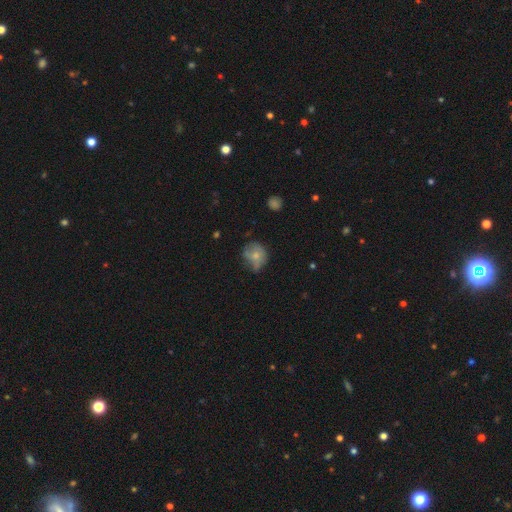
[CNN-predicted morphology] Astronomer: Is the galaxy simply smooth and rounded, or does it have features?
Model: smooth — 64%.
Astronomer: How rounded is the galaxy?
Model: round — 68%.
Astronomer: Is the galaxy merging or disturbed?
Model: none — 44% (runner-up: minor disturbance, 34%).